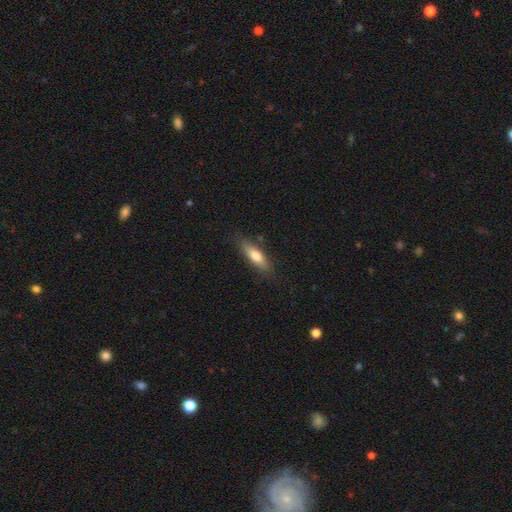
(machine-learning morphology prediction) This appears to be a smooth galaxy with no disk features (71%) that is cigar-shaped (53%). Merging: none (79%).